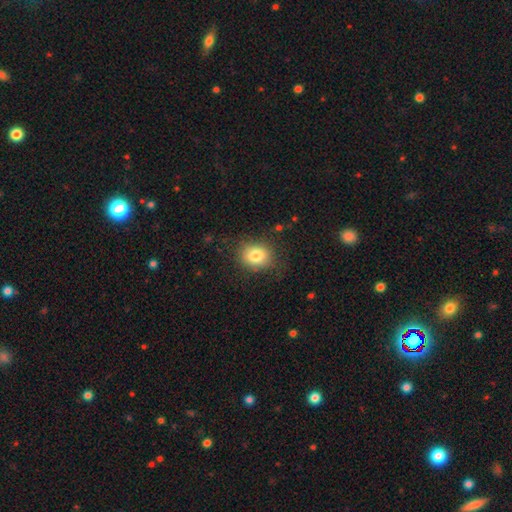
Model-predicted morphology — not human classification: Smooth or featured? smooth (80%)
How rounded? round (59%)
Merging? none (80%)